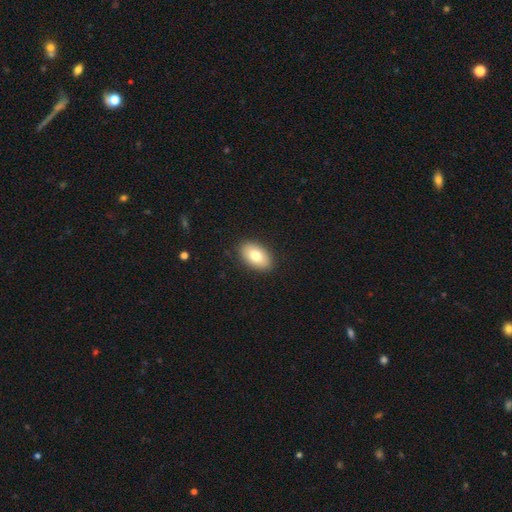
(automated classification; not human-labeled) The model was most divided on "smooth or featured": smooth: 78%, featured or disk: 15%, star or artifact: 7%. More confident: how rounded — in between (92%); merging — none (89%).